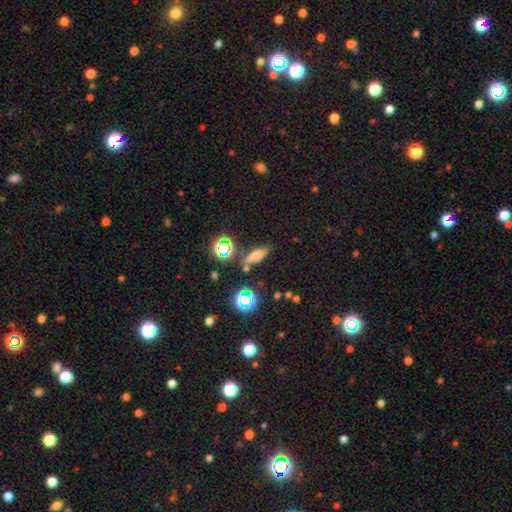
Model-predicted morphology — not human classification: The model was most divided on "how rounded": cigar-shaped: 48%, in between: 40%, round: 11%. More confident: merging — none (77%); smooth or featured — smooth (55%).